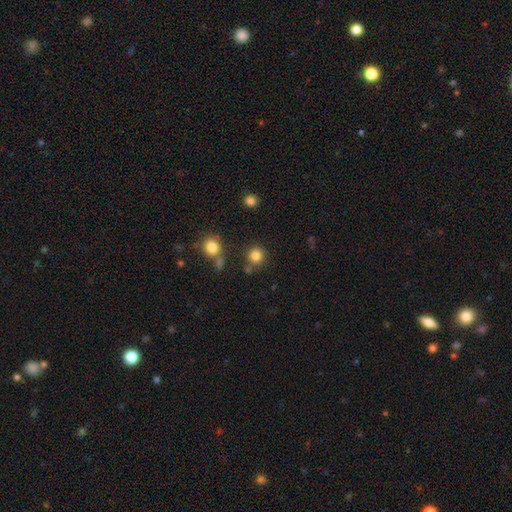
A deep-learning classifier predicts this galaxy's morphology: Smooth or featured: smooth — 82% (star or artifact — 13%)
How rounded: round — 92% (in between — 7%)
Merging: none — 79% (minor disturbance — 9%)